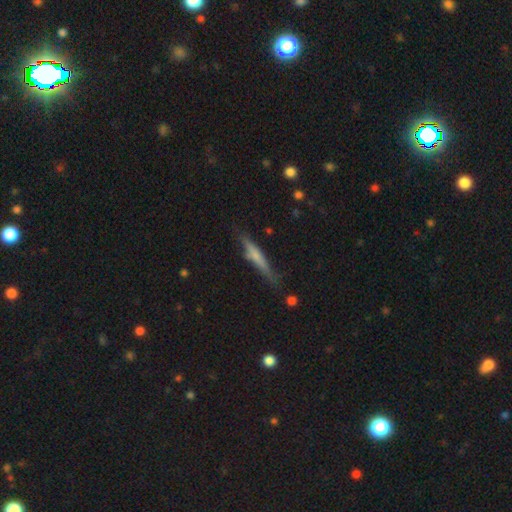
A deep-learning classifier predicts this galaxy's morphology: smooth 49%, featured or disk 44%, star or artifact 7%. Down the decision tree: merging — none (76%).